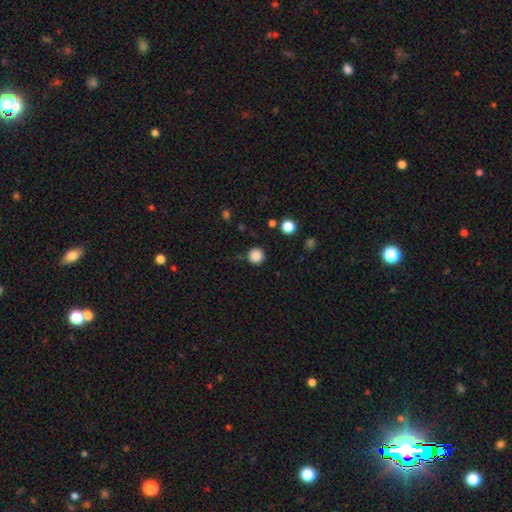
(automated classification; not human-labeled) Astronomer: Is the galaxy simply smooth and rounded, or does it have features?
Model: smooth — 86%.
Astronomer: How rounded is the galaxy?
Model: round — 95%.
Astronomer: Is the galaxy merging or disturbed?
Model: none — 87%.